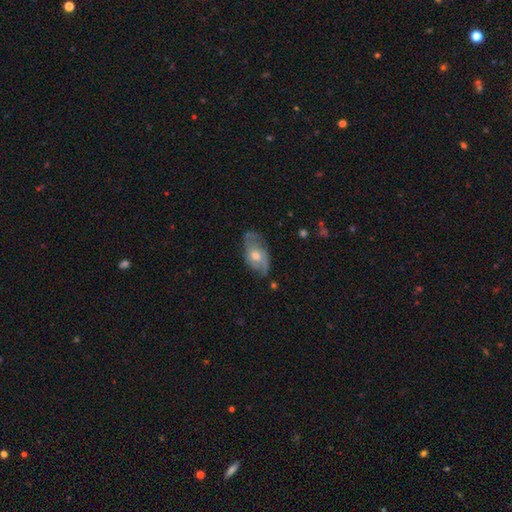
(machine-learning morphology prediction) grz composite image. It shows a featured or disk galaxy (66%) with no bar (73%), spiral arms (80%) and a moderate central bulge (69%). Merging: none (67%).